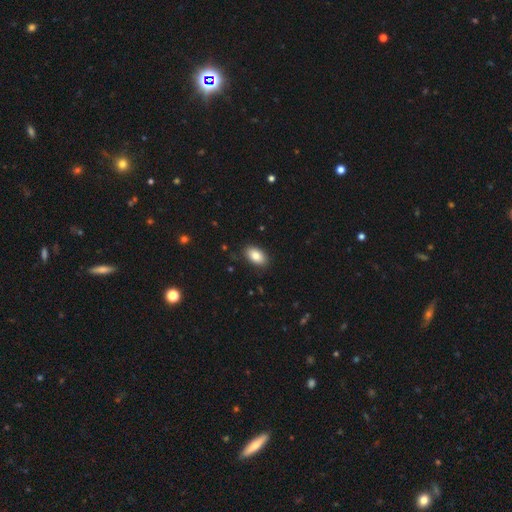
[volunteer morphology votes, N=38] A smooth galaxy with no disk features (84%) that is in between round and cigar-shaped (97%). Merging: none (79%).